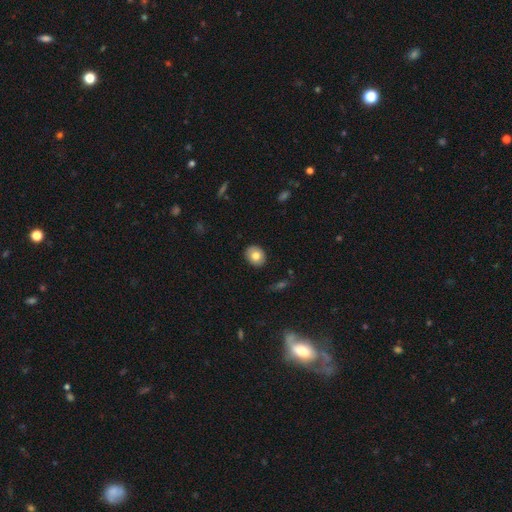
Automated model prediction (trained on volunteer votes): Overall: smooth (79%). How rounded: round (54%; in between 45%). Merging: none (88%).